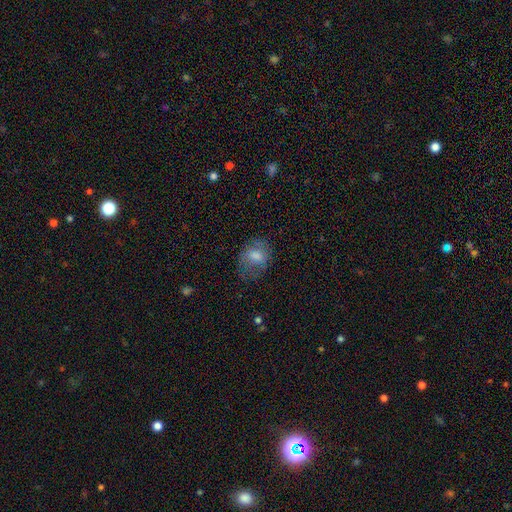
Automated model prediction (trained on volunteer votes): Smooth or featured?
  - smooth: 66% *
  - featured or disk: 24%
  - star or artifact: 10%
How rounded?
  - in between: 65% *
  - round: 34%
  - cigar-shaped: 1%
Merging?
  - none: 58% *
  - minor disturbance: 24%
  - major disturbance: 16%
  - merger: 2%